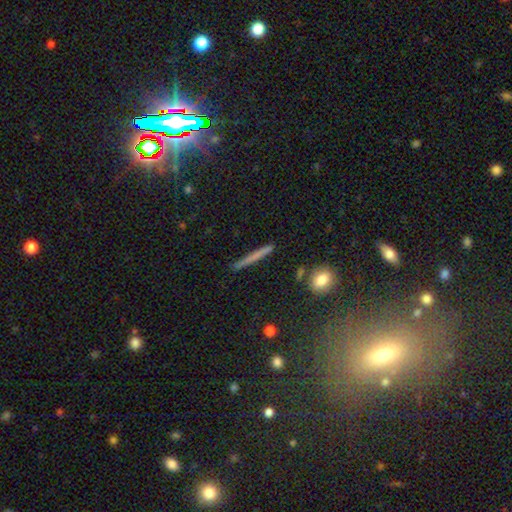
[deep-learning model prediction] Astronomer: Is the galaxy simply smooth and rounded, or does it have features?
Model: smooth — 55% (runner-up: featured or disk, 36%).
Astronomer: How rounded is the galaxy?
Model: cigar-shaped — 94%.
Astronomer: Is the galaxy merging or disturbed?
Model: none — 89%.